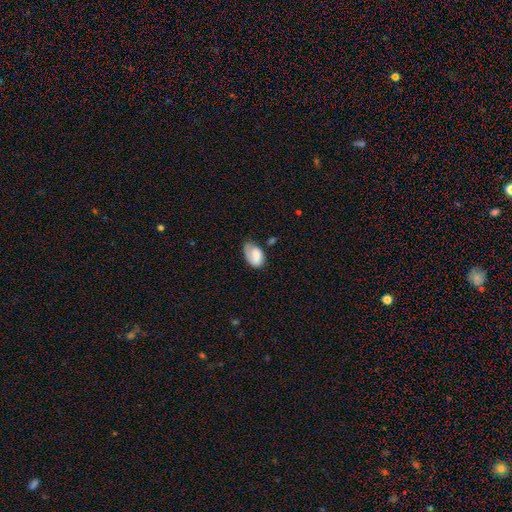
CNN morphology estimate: Overall: smooth (66%; featured or disk 26%). How rounded: in between (90%). Merging: none (45%; minor disturbance 36%).